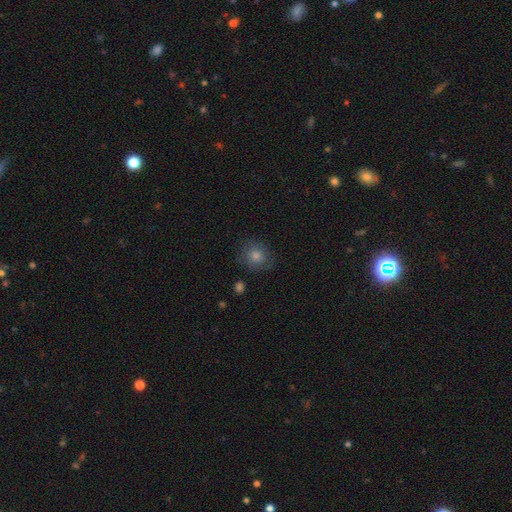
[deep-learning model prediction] A smooth galaxy with no disk features (67%) that is round (82%). Merging: none (81%).